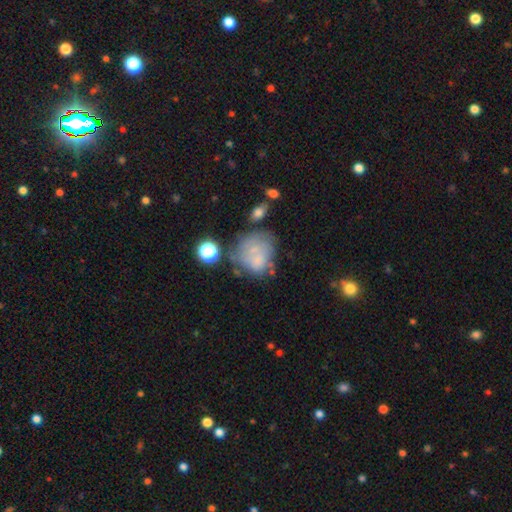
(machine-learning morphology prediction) Overall: smooth (51%; featured or disk 35%). How rounded: round (70%). Merging: none (42%; minor disturbance 25%).